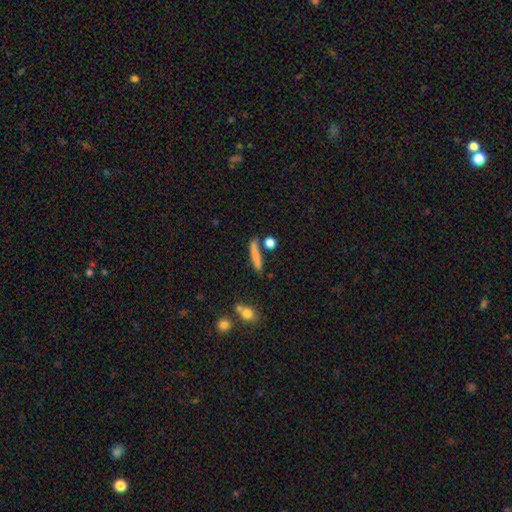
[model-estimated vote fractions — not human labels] Morphology: type=smooth (73%); roundness=cigar-shaped (87%); merging=none (72%).